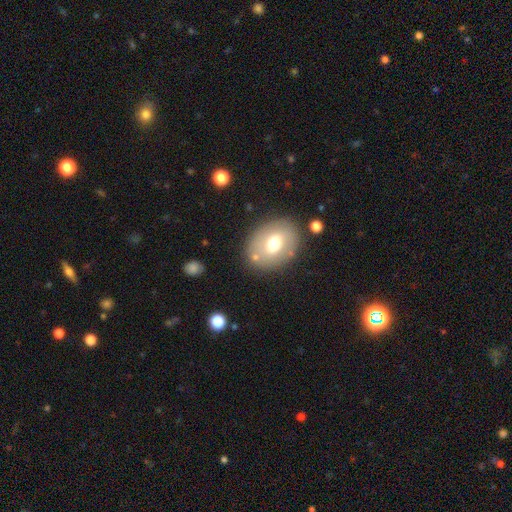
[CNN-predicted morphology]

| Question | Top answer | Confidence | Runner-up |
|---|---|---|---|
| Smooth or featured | smooth | 65% | featured or disk (26%) |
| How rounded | in between | 62% | round (37%) |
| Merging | none | 79% | minor disturbance (12%) |